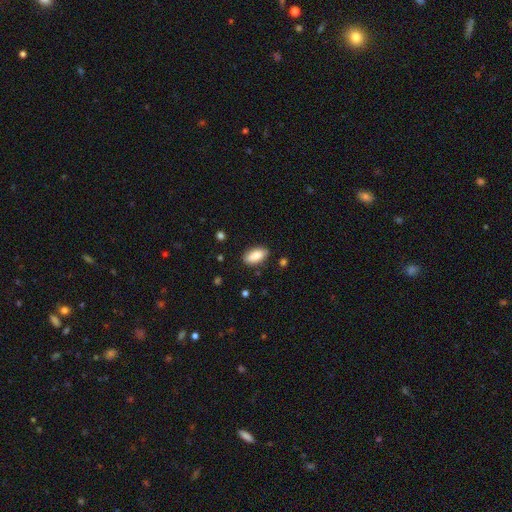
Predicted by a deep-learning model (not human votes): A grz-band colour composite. It shows a smooth galaxy with no disk features (83%) that is in between round and cigar-shaped (89%). Merging: none (84%).